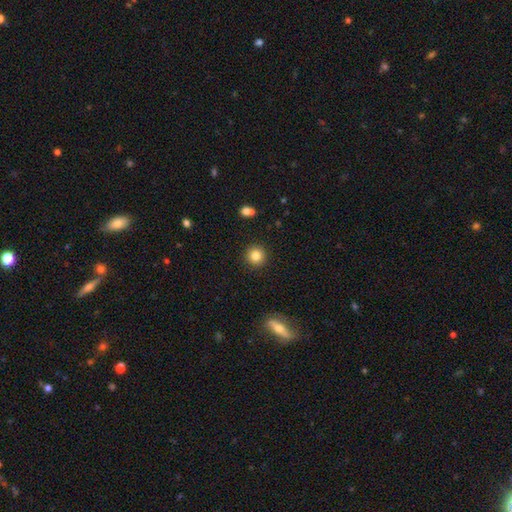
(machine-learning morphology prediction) Q: Smooth or featured?
A: smooth (83%); runner-up: star or artifact (10%)
Q: How rounded?
A: round (94%); runner-up: in between (5%)
Q: Merging?
A: none (92%); runner-up: minor disturbance (5%)